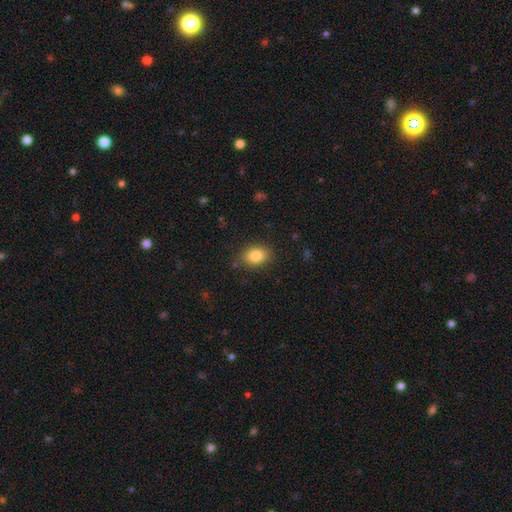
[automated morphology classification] Smooth or featured? Predicted: smooth (p=0.85). How rounded? Predicted: in between (p=0.73). Merging? Predicted: none (p=0.84).